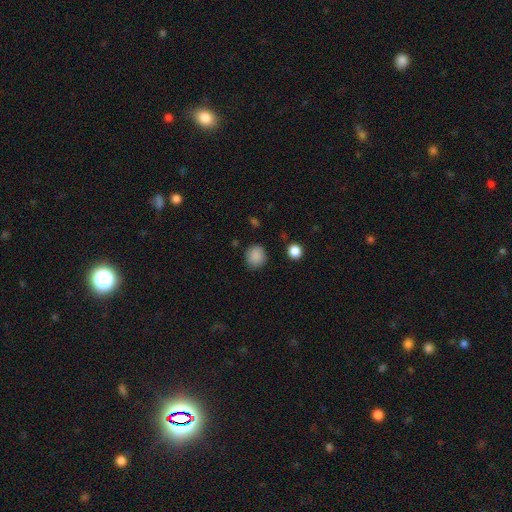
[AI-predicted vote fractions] smooth-or-featured: smooth: 87% | star or artifact: 9% | featured or disk: 3%
  how-rounded: round: 85% | in between: 15% | cigar-shaped: 1%
  merging: none: 86% | minor disturbance: 10% | major disturbance: 3% | merger: 2%